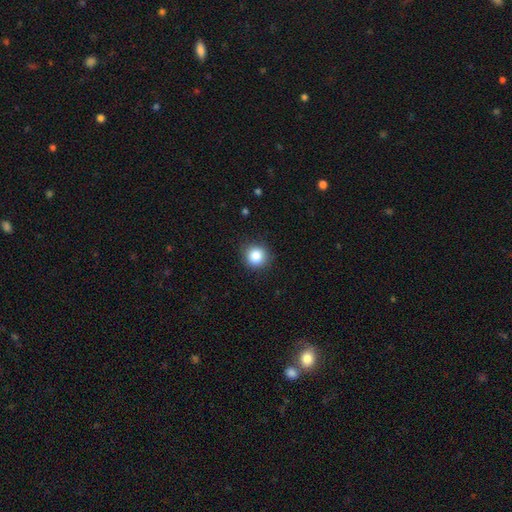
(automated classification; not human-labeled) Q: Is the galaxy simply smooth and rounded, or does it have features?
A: smooth — 85%.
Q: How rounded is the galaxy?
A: round — 92%.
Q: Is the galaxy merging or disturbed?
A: none — 89%.